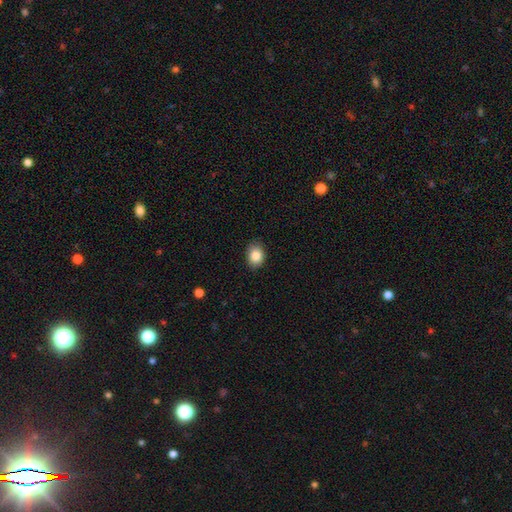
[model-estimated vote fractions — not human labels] Smooth or featured?
  - smooth: 86% *
  - star or artifact: 8%
  - featured or disk: 5%
How rounded?
  - in between: 63% *
  - round: 36%
  - cigar-shaped: 1%
Merging?
  - none: 87% *
  - minor disturbance: 10%
  - major disturbance: 2%
  - merger: 1%